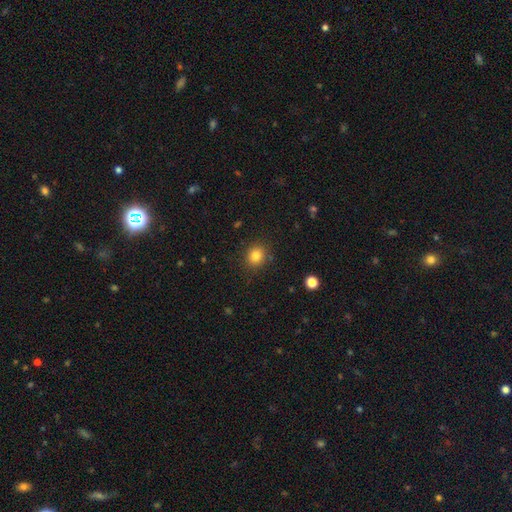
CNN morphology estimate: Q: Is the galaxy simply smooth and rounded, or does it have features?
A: smooth — 83%.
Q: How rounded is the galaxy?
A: round — 77%.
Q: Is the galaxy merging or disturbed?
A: none — 87%.